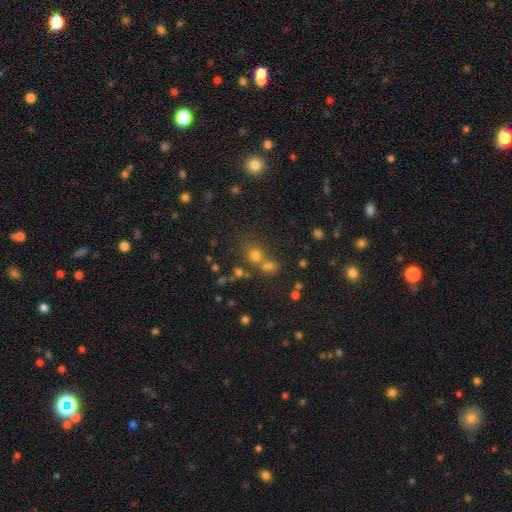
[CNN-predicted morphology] A smooth galaxy with no disk features (62%) that is round (82%).

Vote fractions:
- Smooth or featured? smooth: 62% / star or artifact: 28% / featured or disk: 10%
- How rounded? round: 82% / in between: 17% / cigar-shaped: 1%
- Merging? none: 55% / merger: 34% / minor disturbance: 7% / major disturbance: 4%